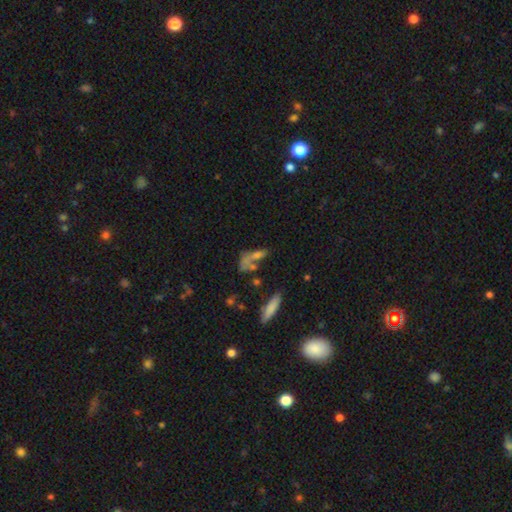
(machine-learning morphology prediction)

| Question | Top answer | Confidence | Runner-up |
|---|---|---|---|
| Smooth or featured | smooth | 50% | featured or disk (27%) |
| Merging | none | 38% | merger (33%) |